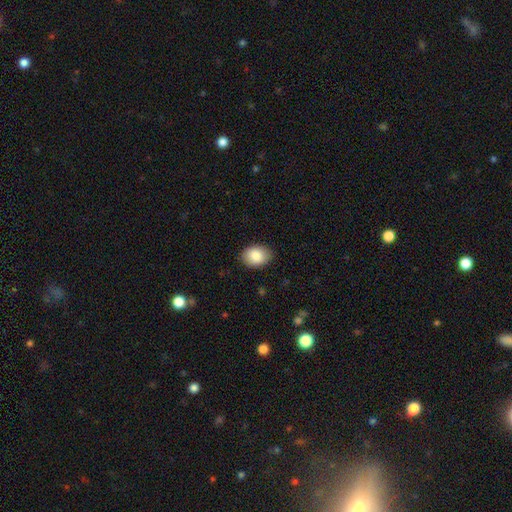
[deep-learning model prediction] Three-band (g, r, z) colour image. It shows a smooth galaxy with no disk features (87%) that is in between round and cigar-shaped (73%). Merging: none (86%).